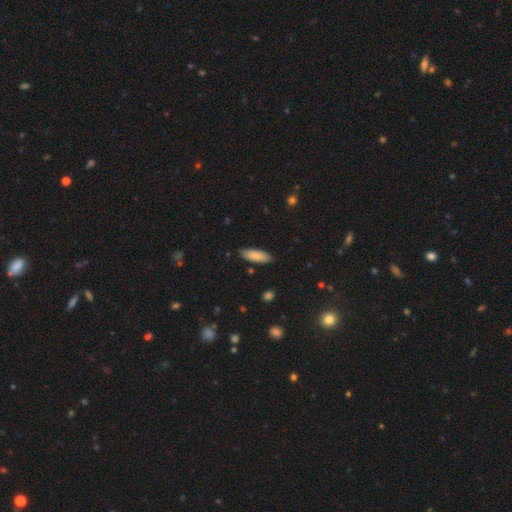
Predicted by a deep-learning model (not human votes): This appears to be a smooth galaxy with no disk features (87%) that is in between round and cigar-shaped (65%). Merging: none (85%).